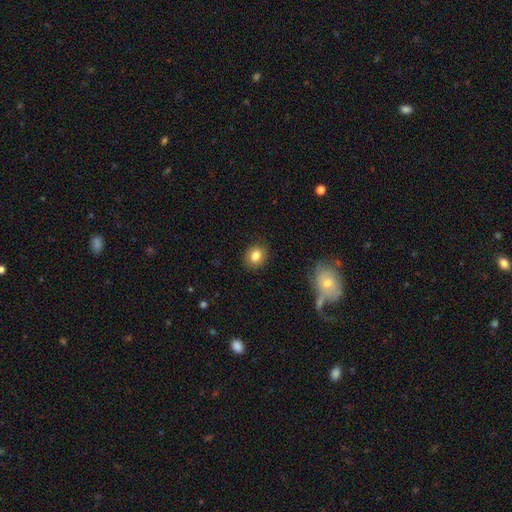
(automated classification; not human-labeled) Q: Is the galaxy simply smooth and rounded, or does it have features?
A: smooth — 82%.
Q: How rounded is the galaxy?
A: round — 65%.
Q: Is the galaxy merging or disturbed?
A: none — 87%.